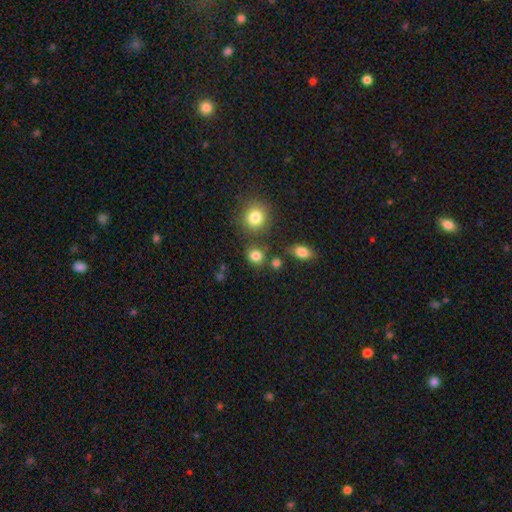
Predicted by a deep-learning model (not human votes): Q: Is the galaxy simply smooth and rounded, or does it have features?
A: smooth — 82%.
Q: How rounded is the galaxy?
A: round — 75%.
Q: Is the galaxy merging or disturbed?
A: none — 73%.